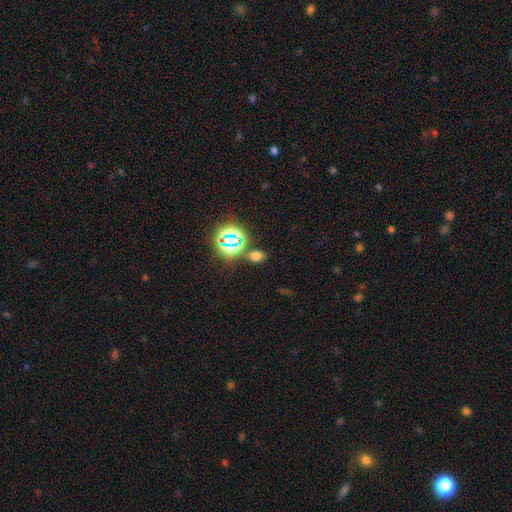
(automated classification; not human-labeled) Smooth or featured: smooth — 58% (star or artifact — 35%)
How rounded: in between — 73% (round — 24%)
Merging: none — 78% (minor disturbance — 11%)